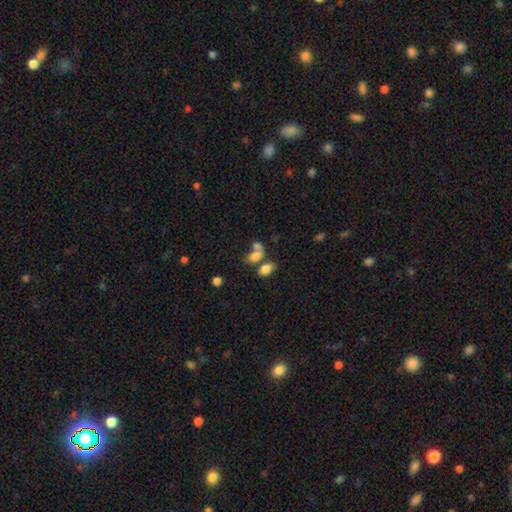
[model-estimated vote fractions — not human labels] A smooth galaxy with no disk features (75%) that is in between round and cigar-shaped (84%). Merging: merger (54%).